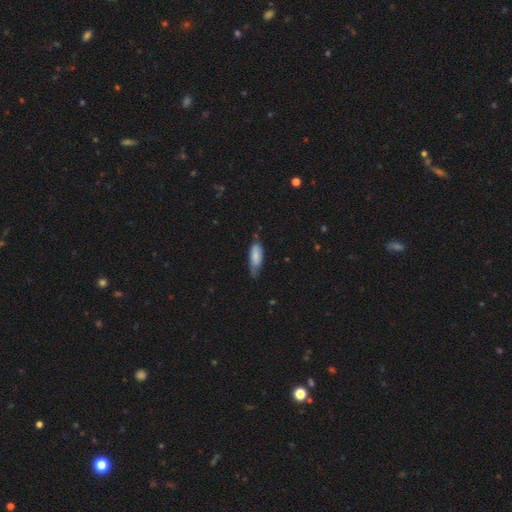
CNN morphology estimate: smooth-or-featured: smooth: 78% | featured or disk: 15% | star or artifact: 6%
  how-rounded: in between: 67% | cigar-shaped: 31% | round: 2%
  merging: none: 46% | minor disturbance: 43% | major disturbance: 9% | merger: 2%